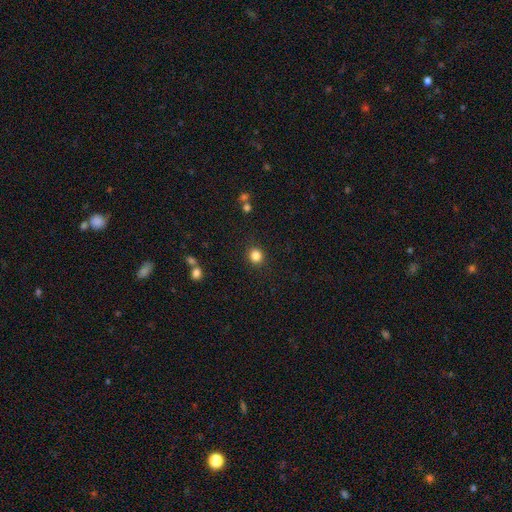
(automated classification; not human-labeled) The model was most divided on "smooth or featured": smooth: 84%, star or artifact: 11%, featured or disk: 4%. More confident: merging — none (90%); how rounded — round (87%).